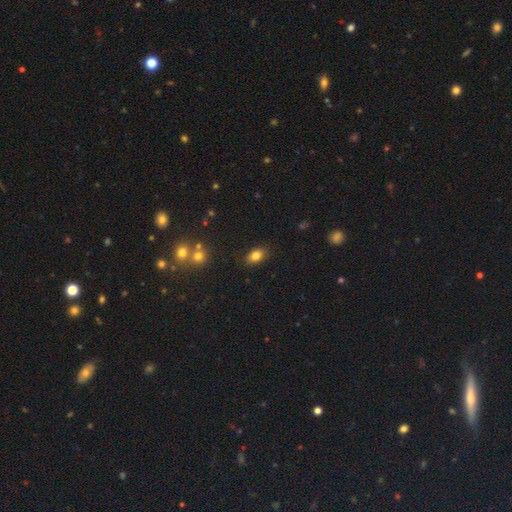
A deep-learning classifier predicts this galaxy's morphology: A smooth galaxy with no disk features (82%) that is in between round and cigar-shaped (83%). Merging: none (85%).